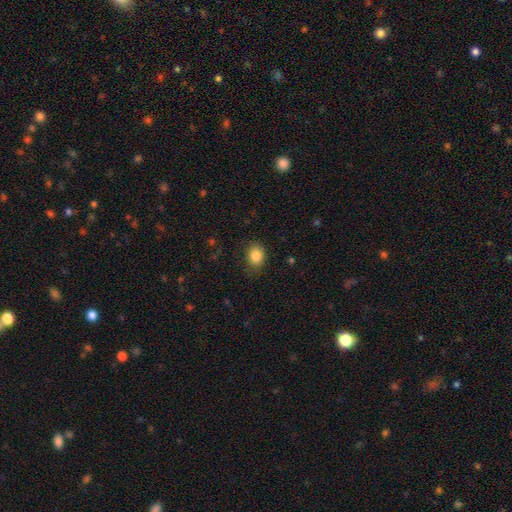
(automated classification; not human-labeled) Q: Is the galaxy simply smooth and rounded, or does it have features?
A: smooth — 84%.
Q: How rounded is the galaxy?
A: in between — 57%.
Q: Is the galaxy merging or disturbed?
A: none — 79%.